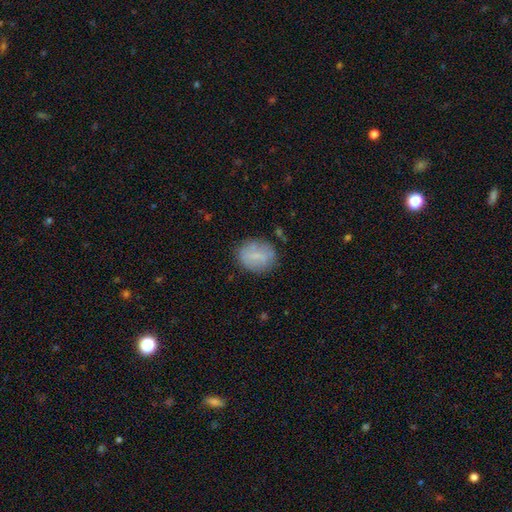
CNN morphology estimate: The model was most divided on "how rounded": round: 52%, in between: 47%, cigar-shaped: 2%. More confident: merging — none (76%); smooth or featured — smooth (66%).